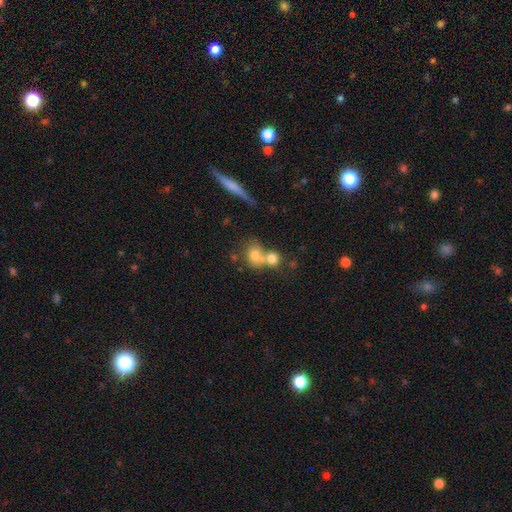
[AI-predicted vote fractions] smooth-or-featured: smooth: 72% | featured or disk: 17% | star or artifact: 12%
  how-rounded: round: 72% | in between: 25% | cigar-shaped: 2%
  merging: merger: 53% | none: 35% | minor disturbance: 8% | major disturbance: 4%